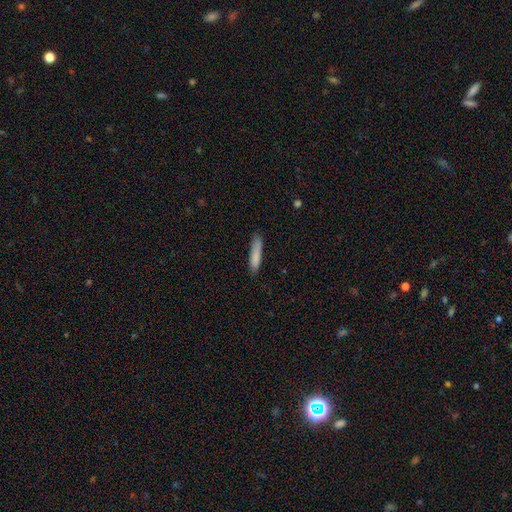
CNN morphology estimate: A smooth galaxy with no disk features (84%) that is cigar-shaped (86%). Merging: none (81%).